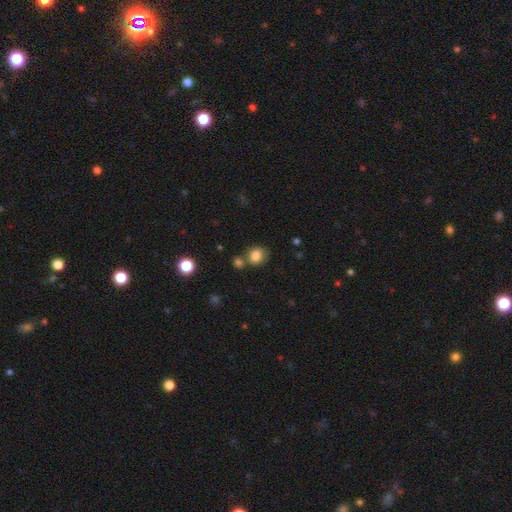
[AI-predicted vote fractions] smooth-or-featured: smooth: 83% | star or artifact: 11% | featured or disk: 6%
  how-rounded: round: 69% | in between: 31% | cigar-shaped: 1%
  merging: none: 64% | merger: 18% | minor disturbance: 14% | major disturbance: 5%